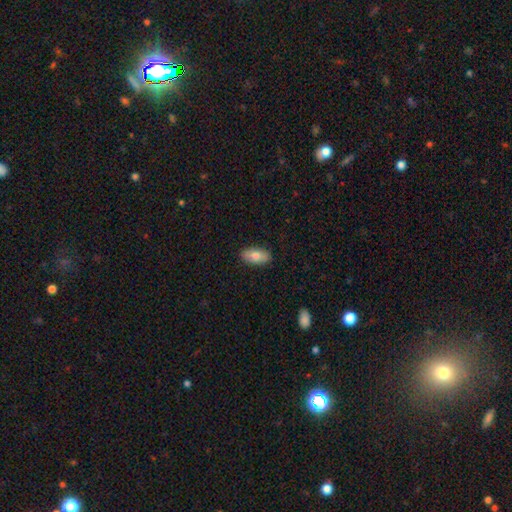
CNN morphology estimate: This appears to be a smooth galaxy with no disk features (78%) that is in between round and cigar-shaped (92%). Merging: none (88%).